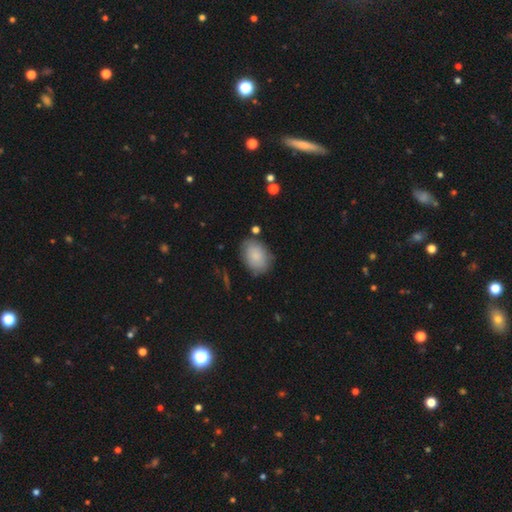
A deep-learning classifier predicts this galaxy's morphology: The model was most divided on "merging": none: 74%, minor disturbance: 18%, major disturbance: 5%, merger: 3%. More confident: smooth or featured — smooth (83%); how rounded — in between (78%).